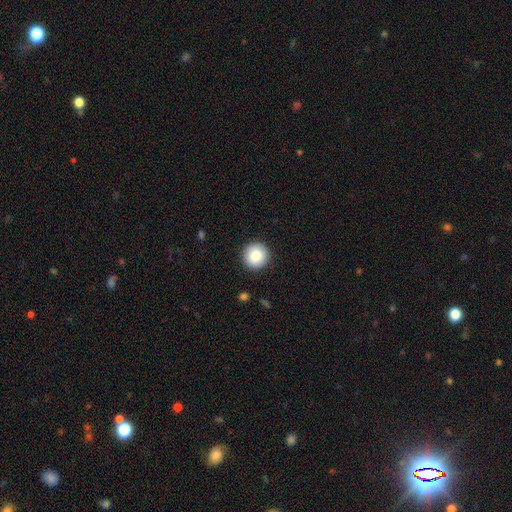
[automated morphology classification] This appears to be a smooth galaxy with no disk features (84%) that is round (96%). Merging: none (92%).